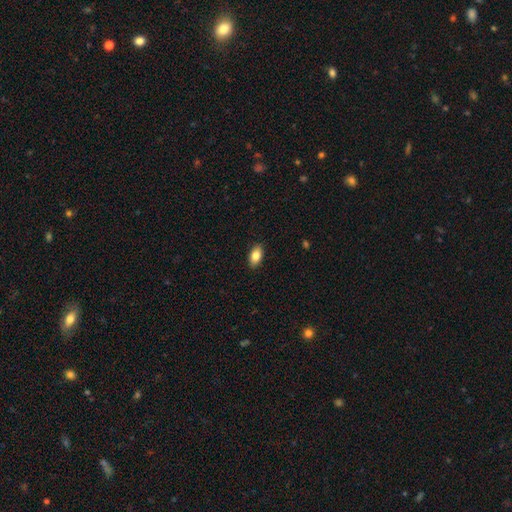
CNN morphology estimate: This is clearly a smooth galaxy (83%). How rounded: clearly in between (91%). Merging: clearly none (89%).